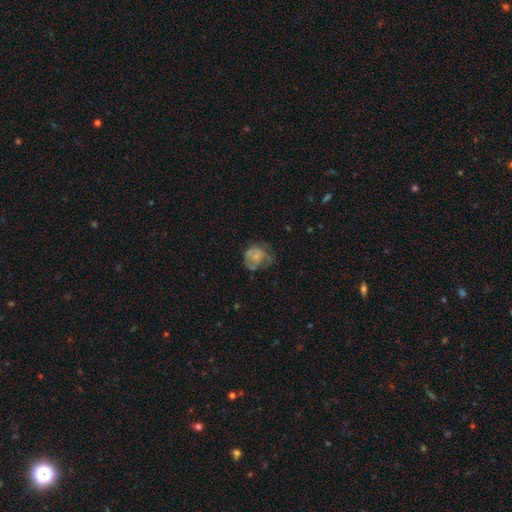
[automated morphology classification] Q: Smooth or featured?
A: smooth (54%); runner-up: featured or disk (37%)
Q: How rounded?
A: round (66%); runner-up: in between (33%)
Q: Merging?
A: none (40%); runner-up: major disturbance (29%)